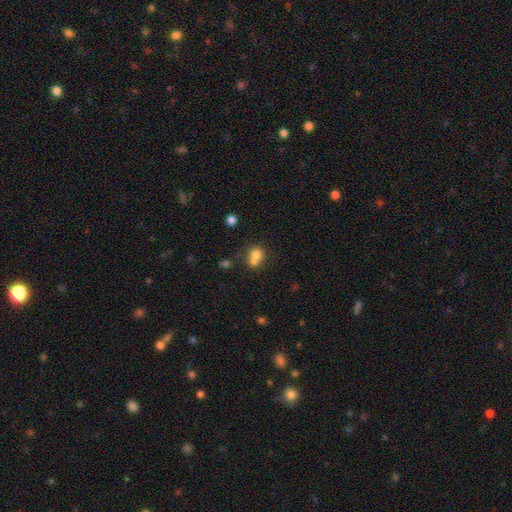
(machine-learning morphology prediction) smooth 73%, featured or disk 15%, star or artifact 12%. Down the decision tree: how rounded — round (66%); merging — merger (56%).